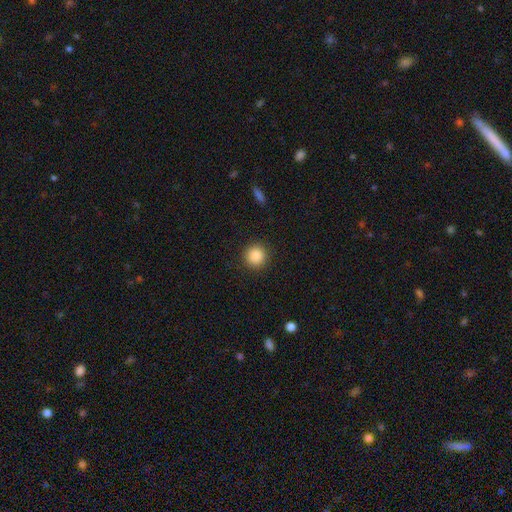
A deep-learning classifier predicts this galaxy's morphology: Q: Smooth or featured?
A: smooth (87%); runner-up: star or artifact (10%)
Q: How rounded?
A: round (94%); runner-up: in between (5%)
Q: Merging?
A: none (91%); runner-up: minor disturbance (6%)